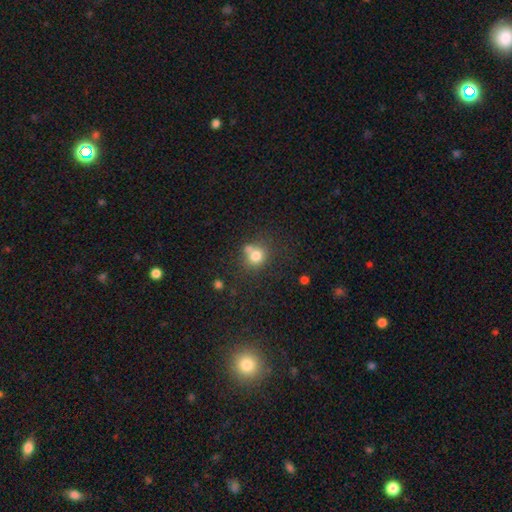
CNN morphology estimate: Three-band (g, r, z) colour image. It shows a smooth galaxy with no disk features (76%) that is round (79%). Merging: none (54%).